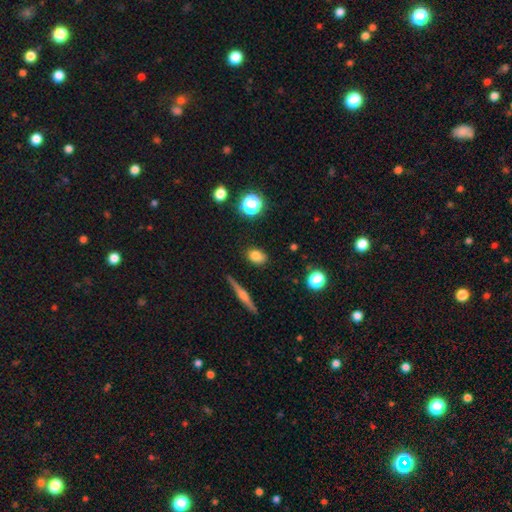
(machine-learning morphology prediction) Overall: smooth (78%). How rounded: in between (69%). Merging: none (83%).